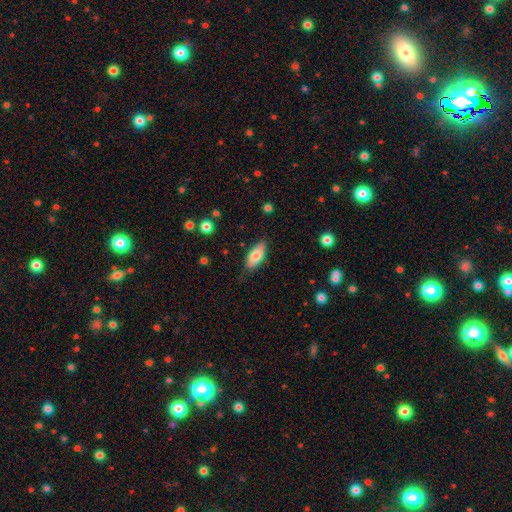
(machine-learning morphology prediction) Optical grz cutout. It shows a smooth galaxy with no disk features (78%) that is in between round and cigar-shaped (81%). Merging: none (78%).